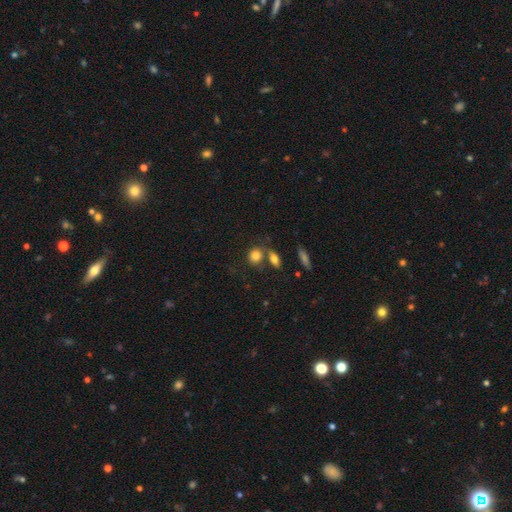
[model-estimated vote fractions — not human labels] Smooth or featured? smooth (82%)
How rounded? round (69%)
Merging? none (59%)